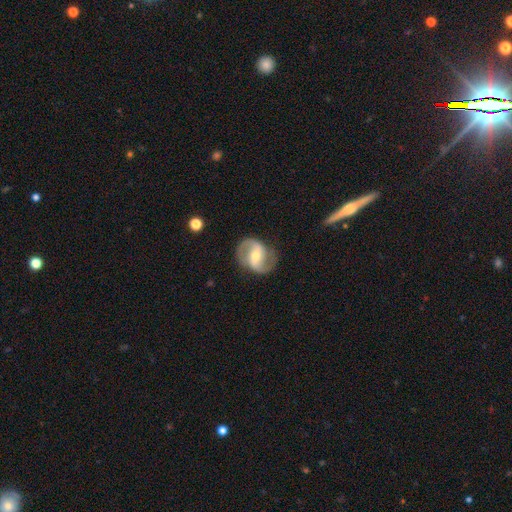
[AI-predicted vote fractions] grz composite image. It shows a featured or disk galaxy (85%) with a weak bar (41%), 2 (92%) medium (50%) spiral arms (94%) and a moderate central bulge (53%). Merging: none (81%).